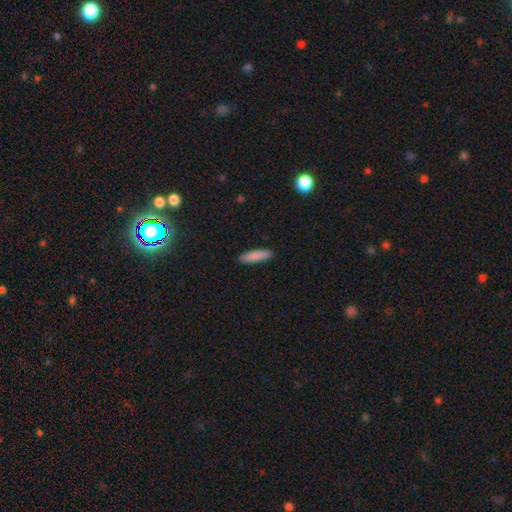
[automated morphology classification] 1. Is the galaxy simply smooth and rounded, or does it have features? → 86% smooth, 8% featured or disk, 6% star or artifact.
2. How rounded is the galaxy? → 76% cigar-shaped, 23% in between, 1% round.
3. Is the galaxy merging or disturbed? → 90% none, 7% minor disturbance, 2% major disturbance, 1% merger.